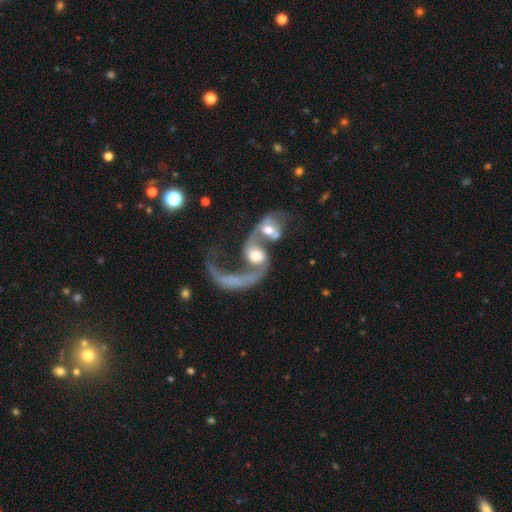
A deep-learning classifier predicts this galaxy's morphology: Smooth or featured? Predicted: featured or disk (p=0.71). Edge-on disk? Predicted: no (p=0.95). Bar? Predicted: no (p=0.61). Spiral arms? Predicted: yes (p=0.80). Spiral winding? Predicted: loose (p=0.85). Spiral arm count? Predicted: 2 (p=0.51). Bulge size? Predicted: moderate (p=0.55). Merging? Predicted: merger (p=0.75).